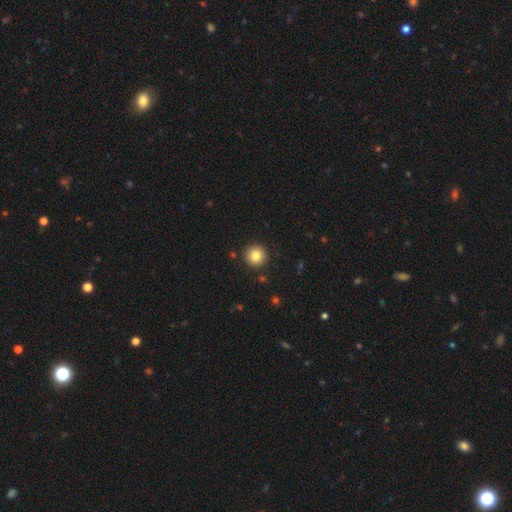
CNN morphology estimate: This is clearly a smooth galaxy (82%). How rounded: clearly round (96%). Merging: clearly none (91%).